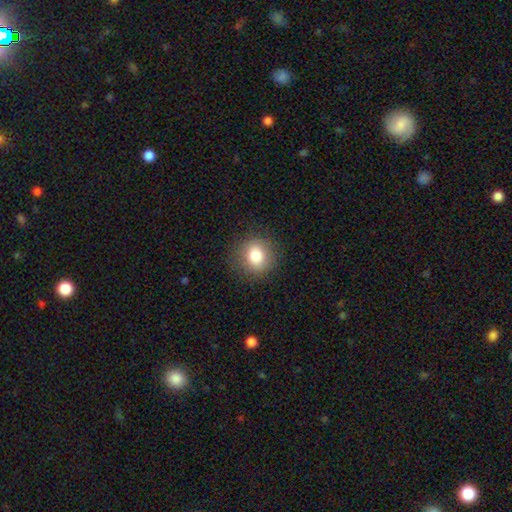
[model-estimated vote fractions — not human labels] smooth 80%, star or artifact 11%, featured or disk 10%. Down the decision tree: how rounded — round (84%); merging — none (87%).